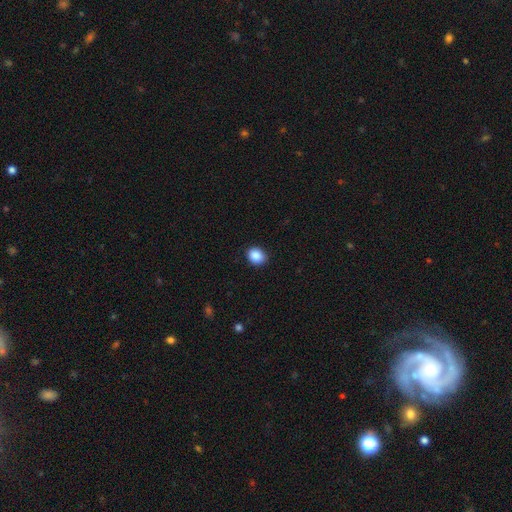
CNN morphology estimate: smooth 89%, star or artifact 8%, featured or disk 3%. Down the decision tree: how rounded — round (53%); merging — none (88%).